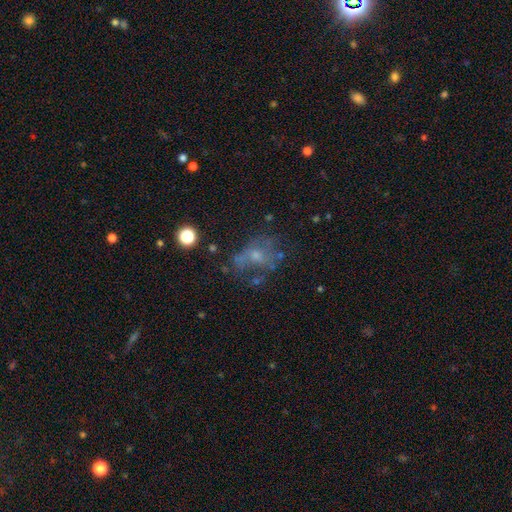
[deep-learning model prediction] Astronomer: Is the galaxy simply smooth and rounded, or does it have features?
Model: featured or disk — 48% (runner-up: smooth, 32%).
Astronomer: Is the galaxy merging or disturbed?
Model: none — 40% (runner-up: major disturbance, 31%).